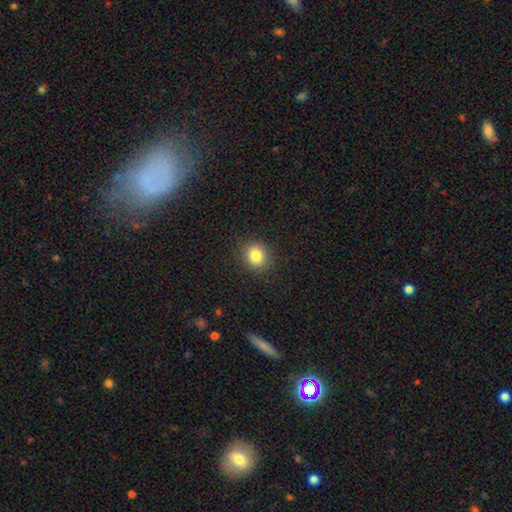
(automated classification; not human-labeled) Smooth or featured: smooth — 84% (star or artifact — 11%)
How rounded: round — 80% (in between — 19%)
Merging: none — 89% (minor disturbance — 7%)